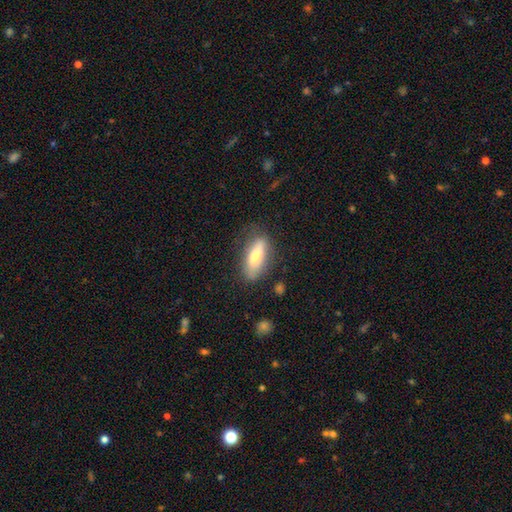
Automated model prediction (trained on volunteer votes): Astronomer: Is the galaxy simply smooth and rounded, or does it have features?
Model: smooth — 67%.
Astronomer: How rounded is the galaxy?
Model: in between — 69%.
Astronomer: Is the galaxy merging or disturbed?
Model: none — 74%.